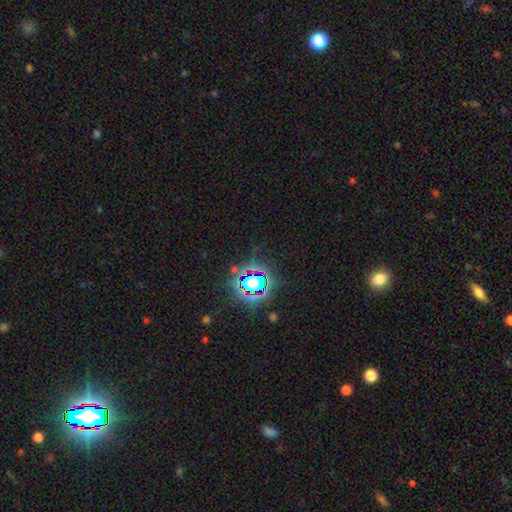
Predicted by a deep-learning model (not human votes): star or artifact 78%, smooth 14%, featured or disk 8%.